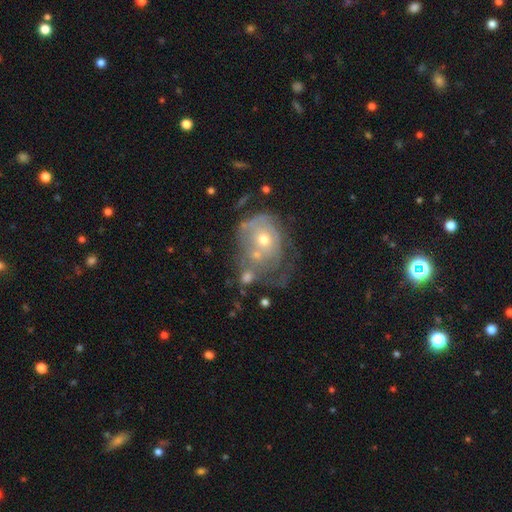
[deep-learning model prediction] This appears to be a featured or disk galaxy (67%) with no bar (85%), spiral arms (56%) and a moderate central bulge (55%). Merging: merger (29%).